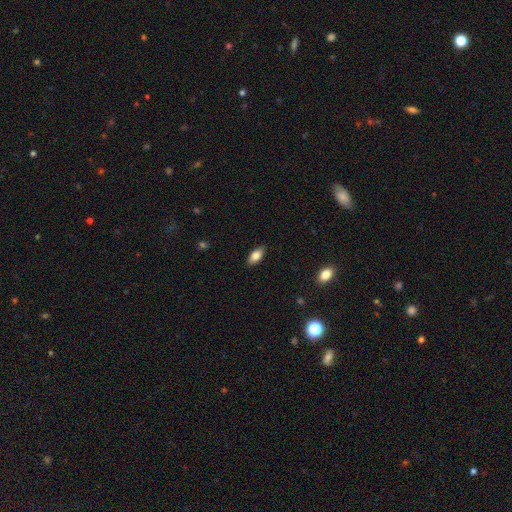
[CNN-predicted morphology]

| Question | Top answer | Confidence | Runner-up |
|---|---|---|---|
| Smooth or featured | smooth | 79% | featured or disk (14%) |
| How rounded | in between | 88% | cigar-shaped (9%) |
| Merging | none | 88% | minor disturbance (9%) |